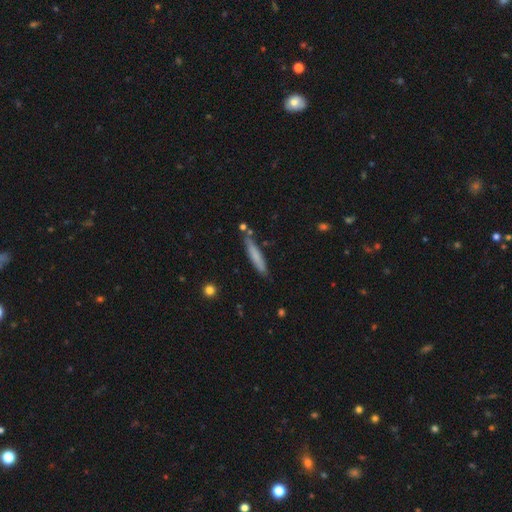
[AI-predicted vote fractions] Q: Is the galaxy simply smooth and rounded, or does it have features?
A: smooth — 71%.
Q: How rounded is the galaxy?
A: cigar-shaped — 92%.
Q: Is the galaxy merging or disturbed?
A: none — 78%.